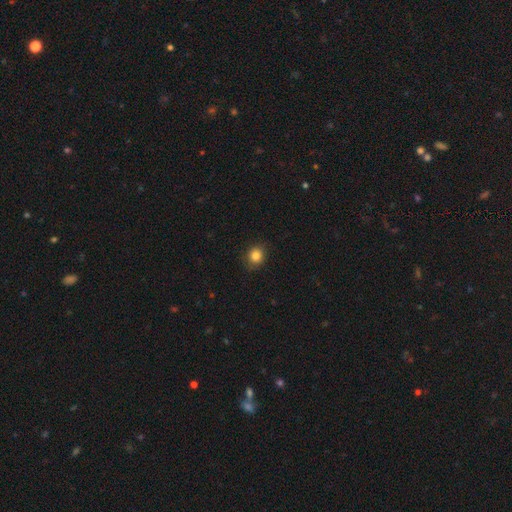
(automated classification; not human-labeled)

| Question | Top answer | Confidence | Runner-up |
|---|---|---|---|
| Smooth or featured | smooth | 84% | star or artifact (11%) |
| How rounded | round | 79% | in between (21%) |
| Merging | none | 85% | minor disturbance (12%) |